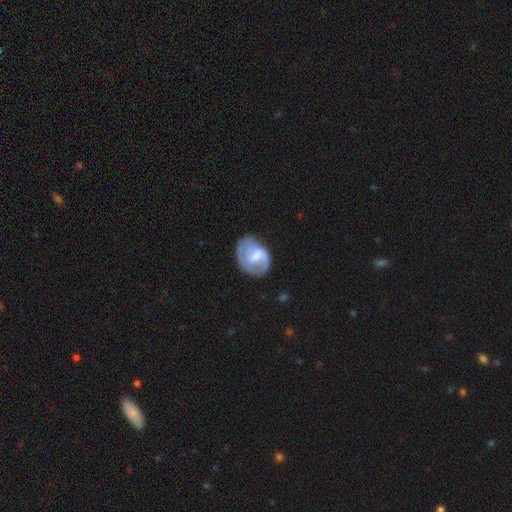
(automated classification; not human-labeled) Smooth or featured: featured or disk — 64% (smooth — 30%)
Edge-on disk: no — 98% (yes — 2%)
Bar: weak — 51% (no — 30%)
Spiral arms: yes — 82% (no — 18%)
Spiral winding: medium — 39% (tight — 36%)
Spiral arm count: 2 — 45% (1 — 35%)
Bulge size: moderate — 32% (small — 27%)
Merging: none — 56% (minor disturbance — 25%)